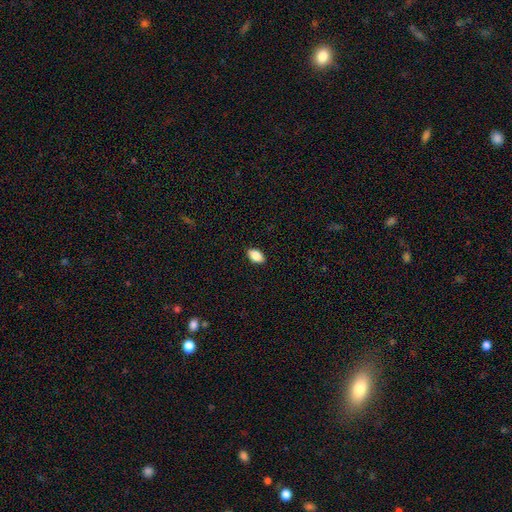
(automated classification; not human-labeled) This is clearly a smooth galaxy (87%). How rounded: clearly in between (92%). Merging: clearly none (89%).